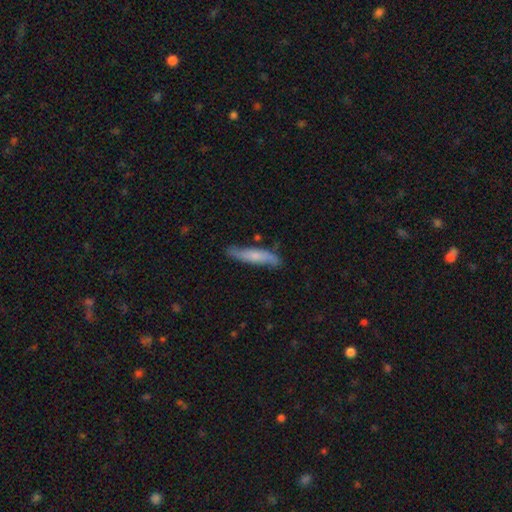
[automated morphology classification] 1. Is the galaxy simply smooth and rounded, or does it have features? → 57% smooth, 37% featured or disk, 6% star or artifact.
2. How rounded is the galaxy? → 86% cigar-shaped, 12% in between, 2% round.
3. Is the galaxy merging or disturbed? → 78% none, 17% minor disturbance, 3% major disturbance, 2% merger.